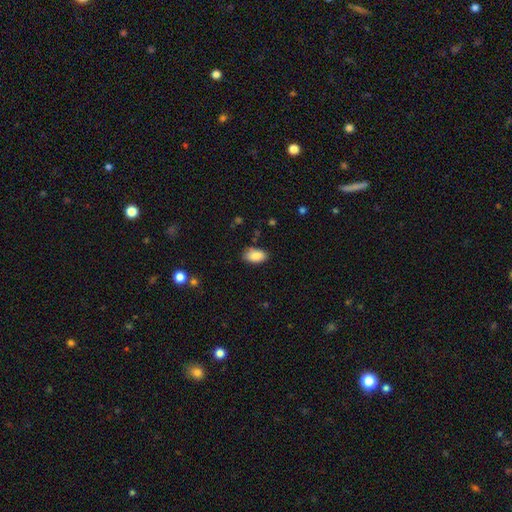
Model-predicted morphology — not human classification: Overall: smooth (88%). How rounded: in between (94%). Merging: none (80%).